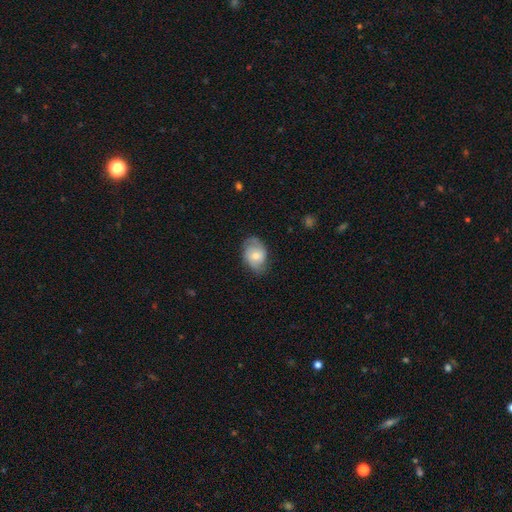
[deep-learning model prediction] smooth 48%, featured or disk 45%, star or artifact 7%. Down the decision tree: merging — none (68%).